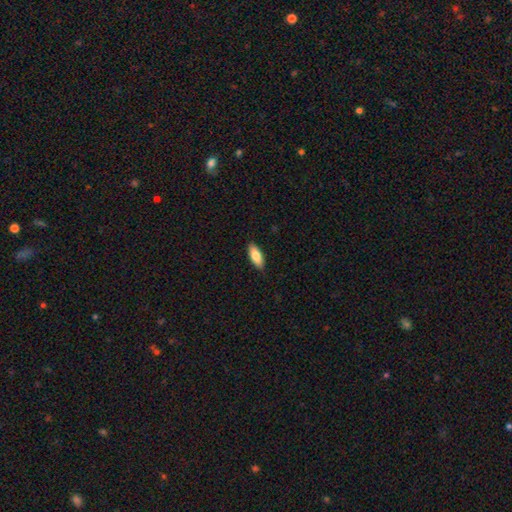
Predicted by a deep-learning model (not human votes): Smooth or featured?
  - smooth: 81% *
  - featured or disk: 13%
  - star or artifact: 6%
How rounded?
  - in between: 80% *
  - cigar-shaped: 18%
  - round: 2%
Merging?
  - none: 88% *
  - minor disturbance: 10%
  - major disturbance: 2%
  - merger: 1%